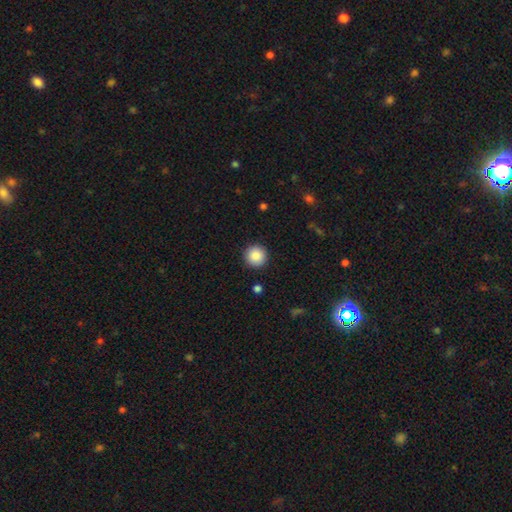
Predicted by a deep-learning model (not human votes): Overall: smooth (88%). How rounded: round (96%). Merging: none (92%).